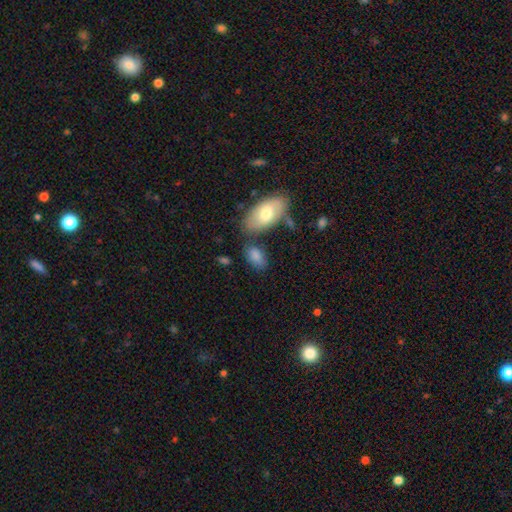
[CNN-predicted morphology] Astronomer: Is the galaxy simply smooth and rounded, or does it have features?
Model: smooth — 81%.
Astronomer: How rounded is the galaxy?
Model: in between — 91%.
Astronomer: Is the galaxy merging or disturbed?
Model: none — 59%.